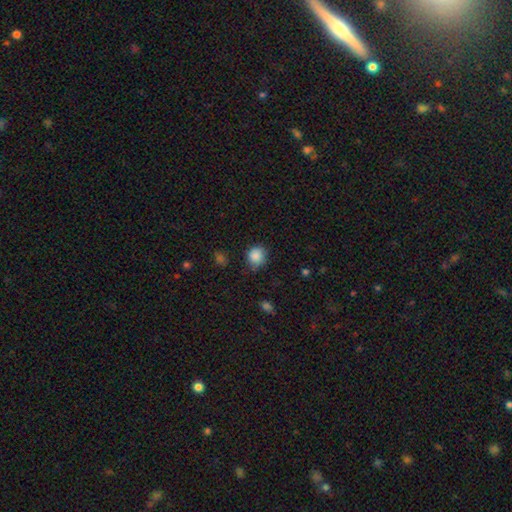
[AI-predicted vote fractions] Morphology: type=smooth (87%); roundness=round (83%); merging=none (77%).